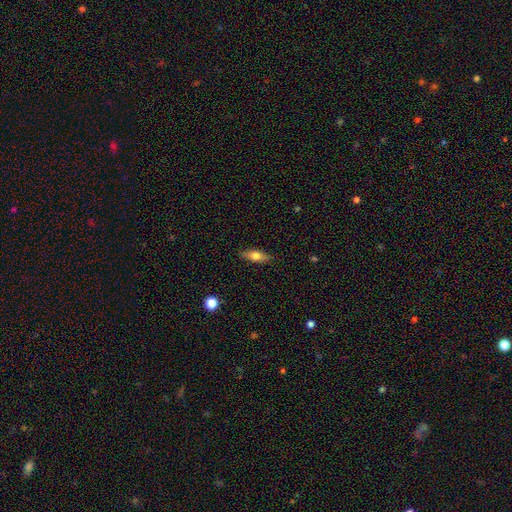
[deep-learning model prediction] smooth_or_featured: smooth (p=0.65) [alt: featured or disk p=0.28]
how_rounded: in between (p=0.64) [alt: cigar-shaped p=0.33]
merging: none (p=0.87) [alt: minor disturbance p=0.10]